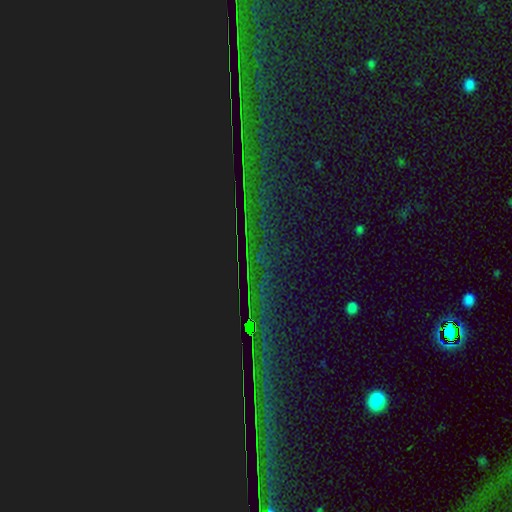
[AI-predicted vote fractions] Morphology: type=star or artifact (85%).